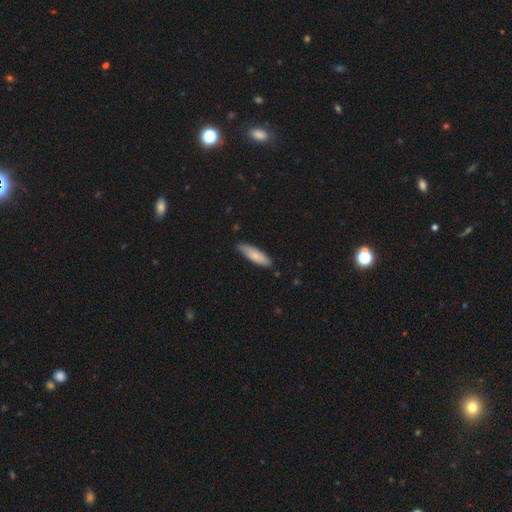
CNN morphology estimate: This appears to be a smooth galaxy with no disk features (81%) that is cigar-shaped (59%). Merging: none (84%).